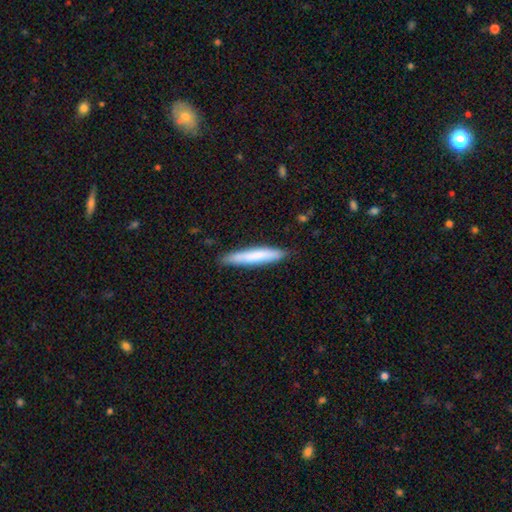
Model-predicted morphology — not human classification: Smooth or featured?
  - smooth: 73% *
  - featured or disk: 21%
  - star or artifact: 6%
How rounded?
  - cigar-shaped: 92% *
  - in between: 6%
  - round: 1%
Merging?
  - none: 86% *
  - minor disturbance: 11%
  - major disturbance: 2%
  - merger: 1%